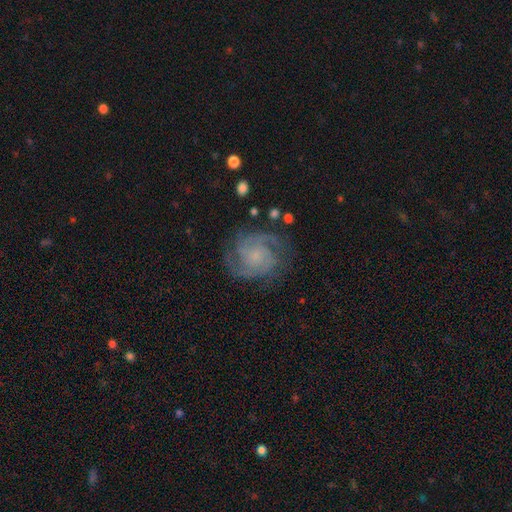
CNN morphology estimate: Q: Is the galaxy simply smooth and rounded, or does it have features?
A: featured or disk — 85%.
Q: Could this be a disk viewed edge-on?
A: no — 98%.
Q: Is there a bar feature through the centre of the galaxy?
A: no — 70%.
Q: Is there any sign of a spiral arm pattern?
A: yes — 97%.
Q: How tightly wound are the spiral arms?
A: tight — 53%.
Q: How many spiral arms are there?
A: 2 — 42%.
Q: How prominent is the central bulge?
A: small — 62%.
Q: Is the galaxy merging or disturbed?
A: none — 76%.